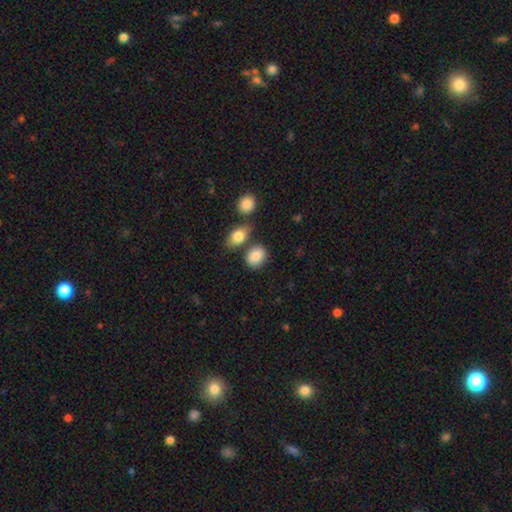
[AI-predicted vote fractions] smooth-or-featured: smooth: 85% | star or artifact: 8% | featured or disk: 7%
  how-rounded: in between: 58% | round: 40% | cigar-shaped: 1%
  merging: none: 69% | merger: 16% | minor disturbance: 12% | major disturbance: 4%